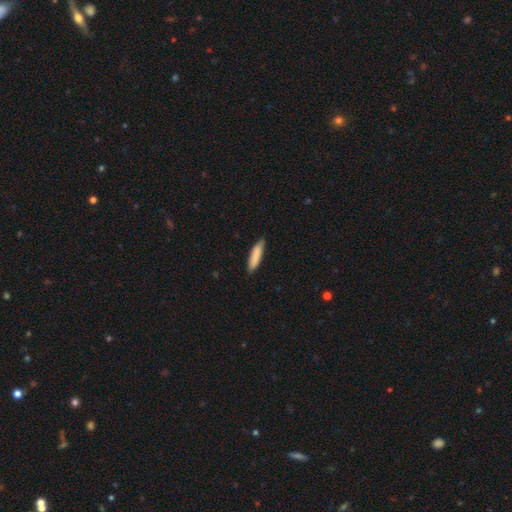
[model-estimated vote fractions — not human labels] The model was most divided on "how rounded": cigar-shaped: 78%, in between: 21%, round: 1%. More confident: smooth or featured — smooth (85%); merging — none (85%).